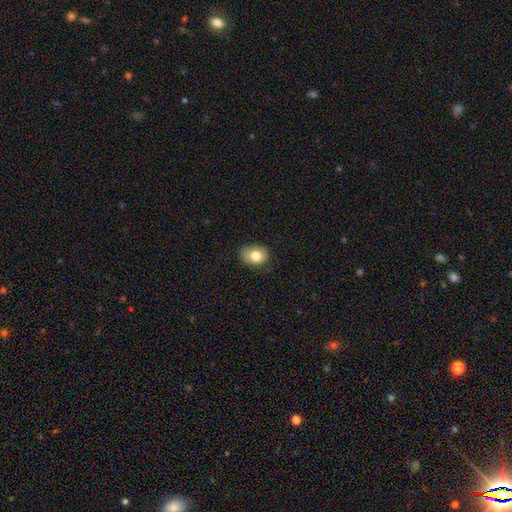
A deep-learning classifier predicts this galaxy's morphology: smooth-or-featured: smooth: 80% | featured or disk: 11% | star or artifact: 9%
  how-rounded: in between: 56% | round: 43% | cigar-shaped: 1%
  merging: none: 74% | minor disturbance: 20% | major disturbance: 4% | merger: 1%